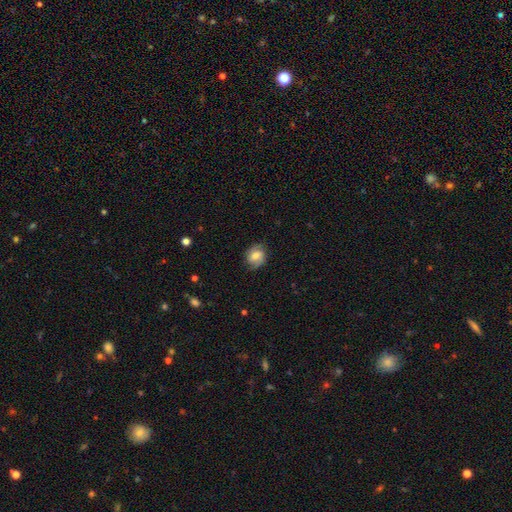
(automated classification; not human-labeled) A featured or disk galaxy (48%).

Vote fractions:
- Smooth or featured? featured or disk: 48% / smooth: 43% / star or artifact: 9%
- Merging? none: 74% / minor disturbance: 19% / major disturbance: 6% / merger: 1%